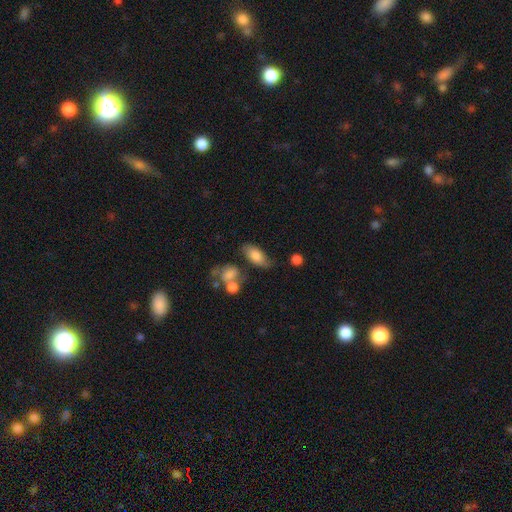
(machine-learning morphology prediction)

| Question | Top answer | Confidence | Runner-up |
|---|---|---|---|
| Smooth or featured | smooth | 74% | featured or disk (18%) |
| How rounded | in between | 88% | cigar-shaped (7%) |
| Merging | none | 53% | minor disturbance (25%) |